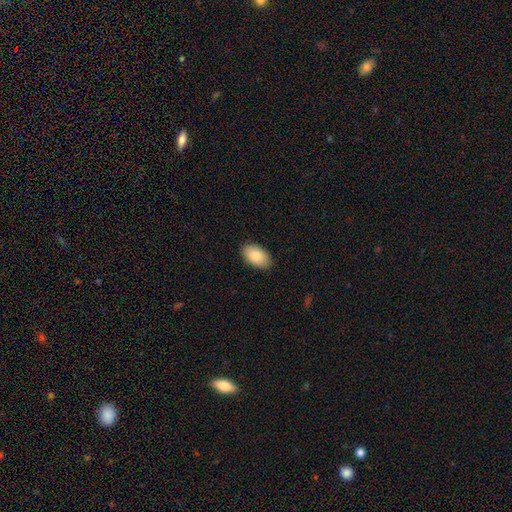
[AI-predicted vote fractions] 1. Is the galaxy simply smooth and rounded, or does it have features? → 83% smooth, 10% featured or disk, 6% star or artifact.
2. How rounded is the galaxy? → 94% in between, 5% round, 1% cigar-shaped.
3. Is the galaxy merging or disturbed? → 89% none, 8% minor disturbance, 2% major disturbance, 1% merger.